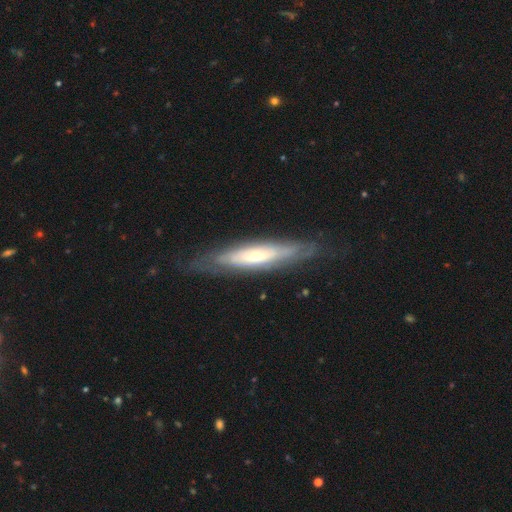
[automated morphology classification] Smooth or featured? Predicted: featured or disk (p=0.67). Edge-on disk? Predicted: yes (p=0.52). Merging? Predicted: none (p=0.76).